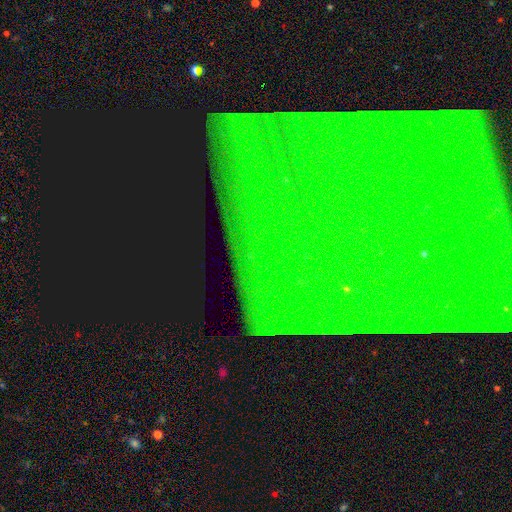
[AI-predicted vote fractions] The model was most divided on "smooth or featured": star or artifact: 87%, featured or disk: 7%, smooth: 6%.